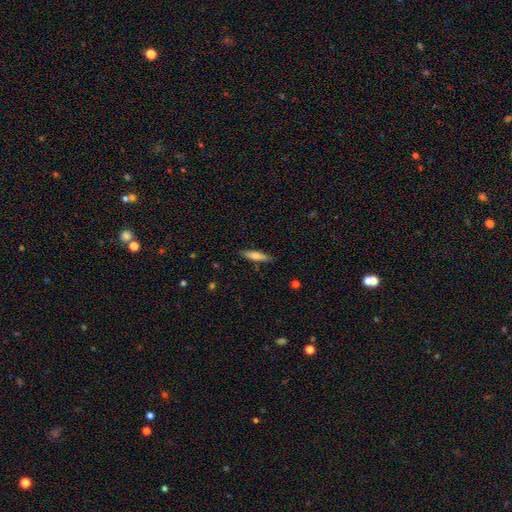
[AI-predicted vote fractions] A smooth galaxy with no disk features (62%) that is cigar-shaped (80%).

Vote fractions:
- Smooth or featured? smooth: 62% / featured or disk: 32% / star or artifact: 6%
- How rounded? cigar-shaped: 80% / in between: 18% / round: 2%
- Merging? none: 87% / minor disturbance: 10% / major disturbance: 2% / merger: 1%